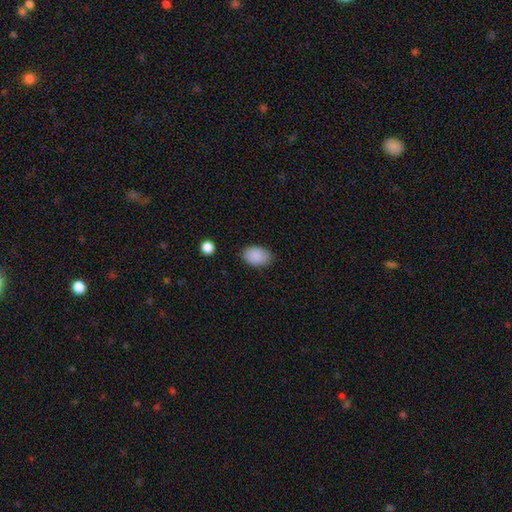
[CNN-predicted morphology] A smooth galaxy with no disk features (89%) that is in between round and cigar-shaped (84%). Merging: none (80%).